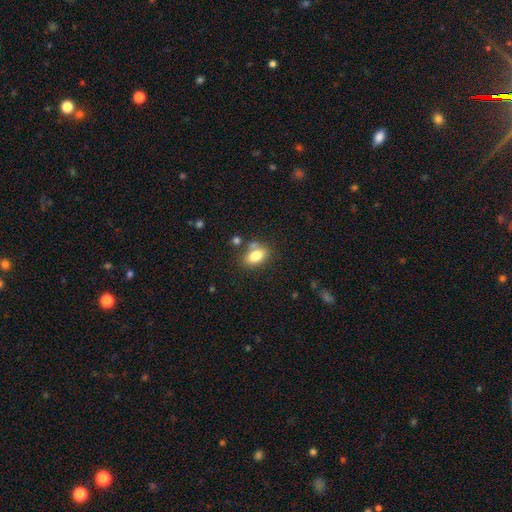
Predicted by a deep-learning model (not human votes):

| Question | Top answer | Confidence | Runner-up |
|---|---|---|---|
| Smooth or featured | smooth | 80% | featured or disk (11%) |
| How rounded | in between | 85% | round (11%) |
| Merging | none | 67% | merger (15%) |